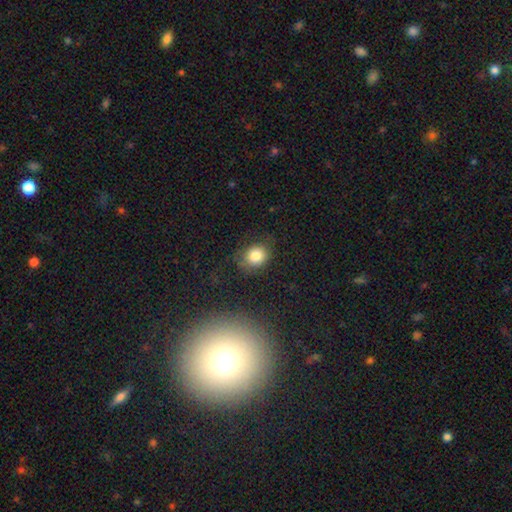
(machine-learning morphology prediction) This is clearly a smooth galaxy (82%). How rounded: likely round (65%). Merging: likely none (73%).